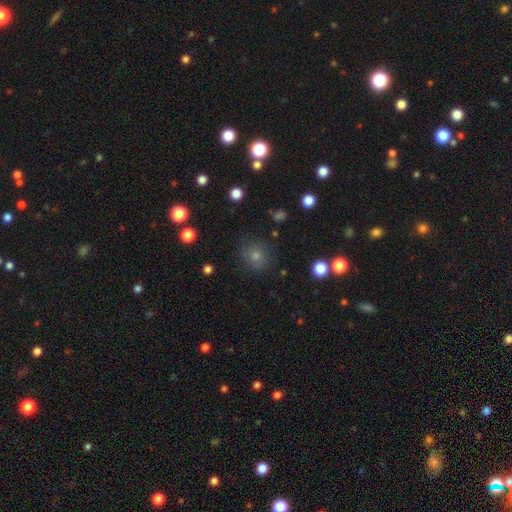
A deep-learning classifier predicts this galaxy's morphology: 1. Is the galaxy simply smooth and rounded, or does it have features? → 67% smooth, 23% star or artifact, 10% featured or disk.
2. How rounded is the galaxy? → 87% round, 12% in between, 1% cigar-shaped.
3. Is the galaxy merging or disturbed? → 86% none, 9% minor disturbance, 3% major disturbance, 2% merger.